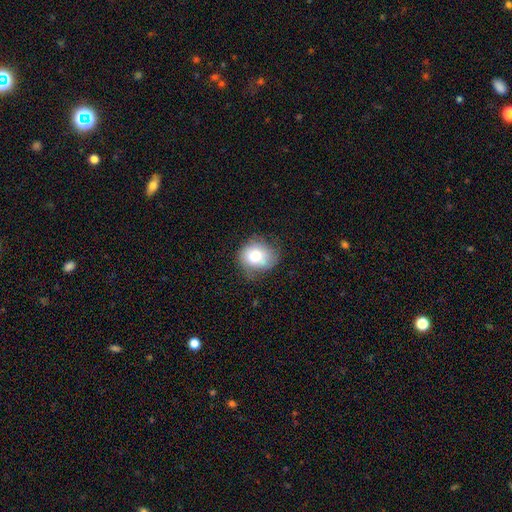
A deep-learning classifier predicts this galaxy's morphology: This is likely a smooth galaxy (75%). How rounded: likely round (64%). Merging: possibly none (57%).